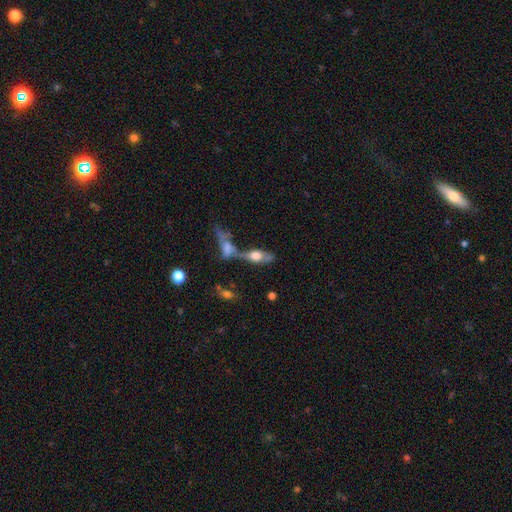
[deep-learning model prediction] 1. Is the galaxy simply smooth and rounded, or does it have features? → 47% featured or disk, 44% smooth, 10% star or artifact.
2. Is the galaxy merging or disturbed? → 49% merger, 30% none, 12% minor disturbance, 10% major disturbance.